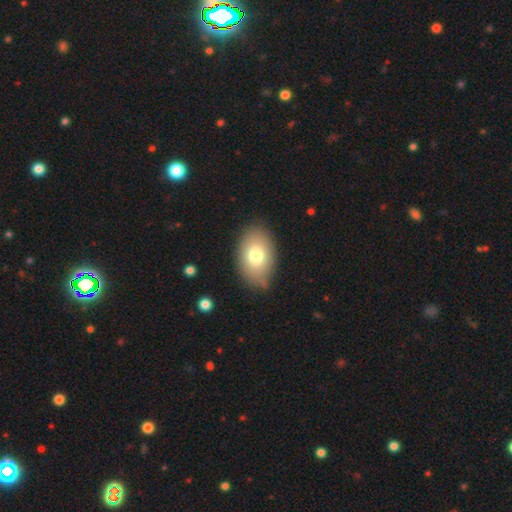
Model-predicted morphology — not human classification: This is likely a smooth galaxy (77%). How rounded: clearly in between (88%). Merging: clearly none (80%).